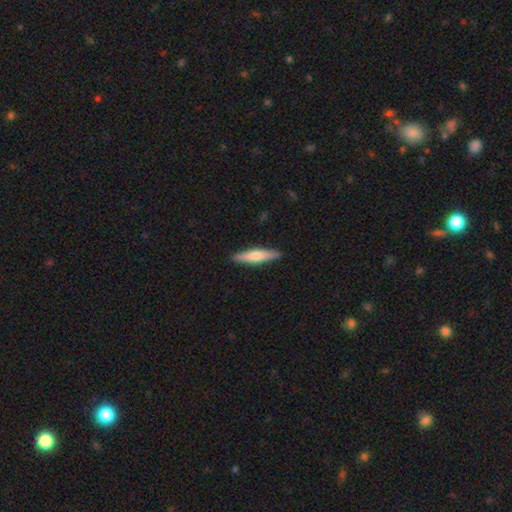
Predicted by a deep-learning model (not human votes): A smooth galaxy with no disk features (60%) that is cigar-shaped (85%).

Vote fractions:
- Smooth or featured? smooth: 60% / featured or disk: 35% / star or artifact: 5%
- How rounded? cigar-shaped: 85% / in between: 14% / round: 2%
- Merging? none: 91% / minor disturbance: 7% / major disturbance: 1% / merger: 1%